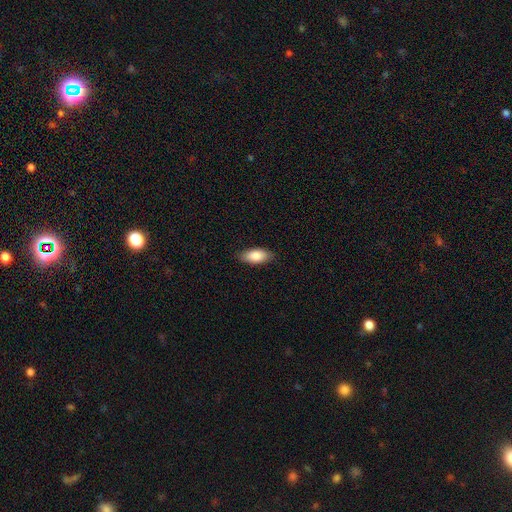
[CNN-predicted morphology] smooth_or_featured: smooth (p=0.85) [alt: featured or disk p=0.09]
how_rounded: in between (p=0.89) [alt: cigar-shaped p=0.09]
merging: none (p=0.86) [alt: minor disturbance p=0.11]